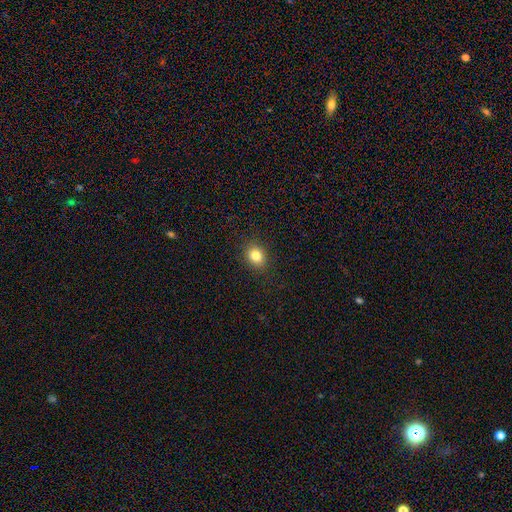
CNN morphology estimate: Q: Smooth or featured?
A: smooth (82%); runner-up: star or artifact (11%)
Q: How rounded?
A: round (61%); runner-up: in between (39%)
Q: Merging?
A: none (90%); runner-up: minor disturbance (7%)